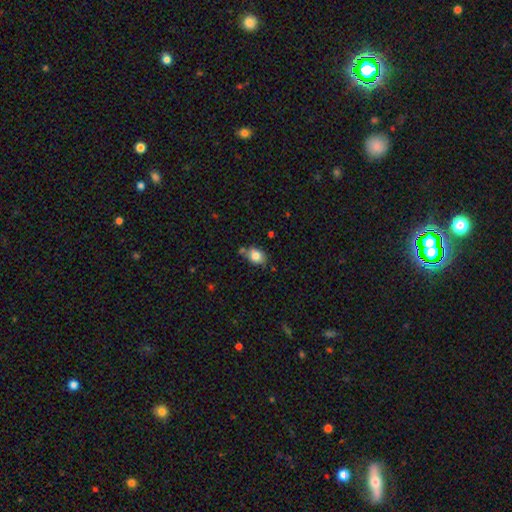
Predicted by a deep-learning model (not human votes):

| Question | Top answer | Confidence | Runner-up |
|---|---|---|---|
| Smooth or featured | smooth | 81% | featured or disk (10%) |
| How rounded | in between | 64% | round (34%) |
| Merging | none | 61% | minor disturbance (20%) |